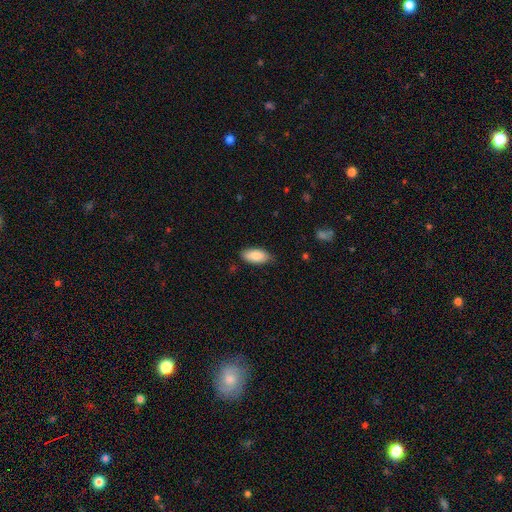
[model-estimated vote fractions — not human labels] Morphology: type=smooth (87%); roundness=in between (90%); merging=none (82%).